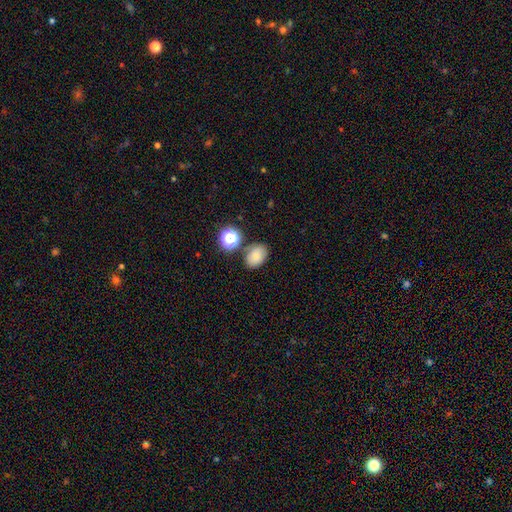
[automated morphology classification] smooth_or_featured: smooth (p=0.74) [alt: star or artifact p=0.13]
how_rounded: in between (p=0.73) [alt: round p=0.26]
merging: none (p=0.74) [alt: minor disturbance p=0.14]